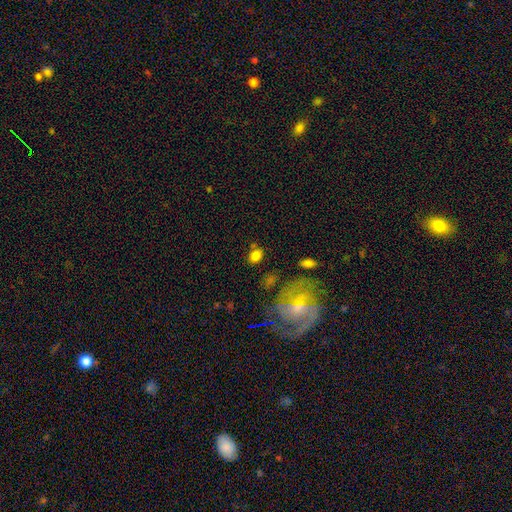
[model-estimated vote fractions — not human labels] smooth 78%, star or artifact 11%, featured or disk 11%. Down the decision tree: how rounded — in between (63%); merging — none (75%).